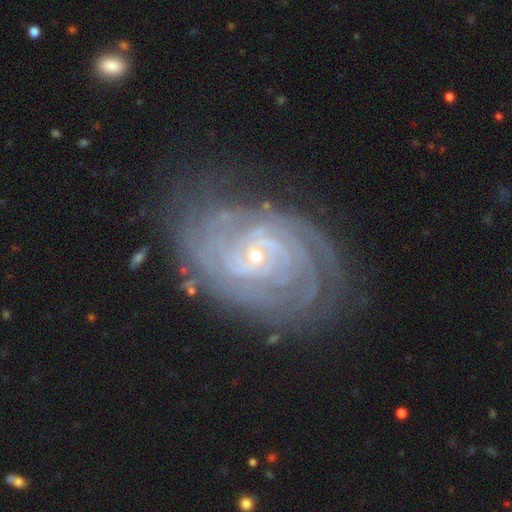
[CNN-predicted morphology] This appears to be a featured or disk galaxy (89%) with no bar (54%), tight (82%) spiral arms (98%) and a small central bulge (81%). Merging: none (74%).